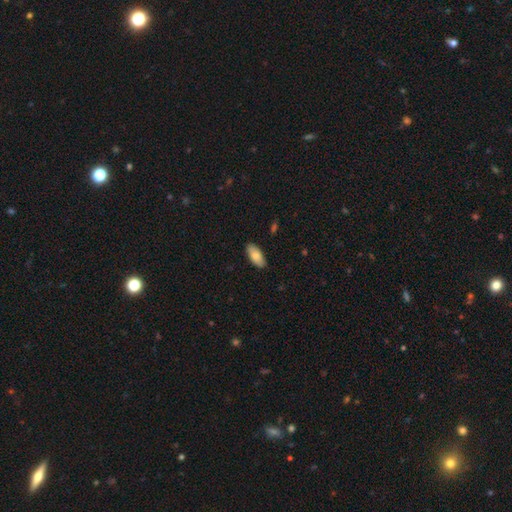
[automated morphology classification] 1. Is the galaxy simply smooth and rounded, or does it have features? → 82% smooth, 12% featured or disk, 6% star or artifact.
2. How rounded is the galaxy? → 87% in between, 11% cigar-shaped, 2% round.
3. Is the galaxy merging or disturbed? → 88% none, 9% minor disturbance, 2% major disturbance, 1% merger.